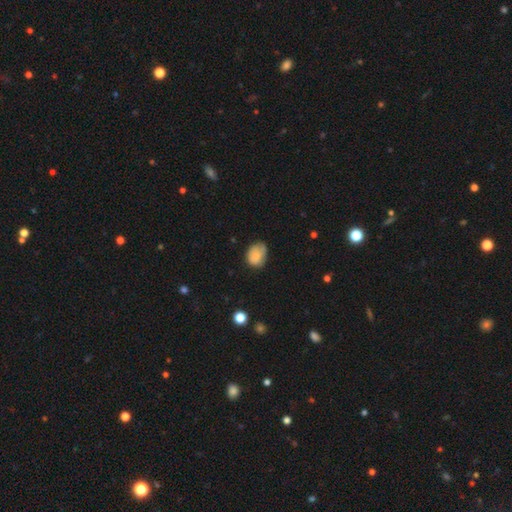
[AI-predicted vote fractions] Smooth or featured: smooth — 82% (featured or disk — 9%)
How rounded: in between — 62% (round — 37%)
Merging: none — 54% (minor disturbance — 35%)